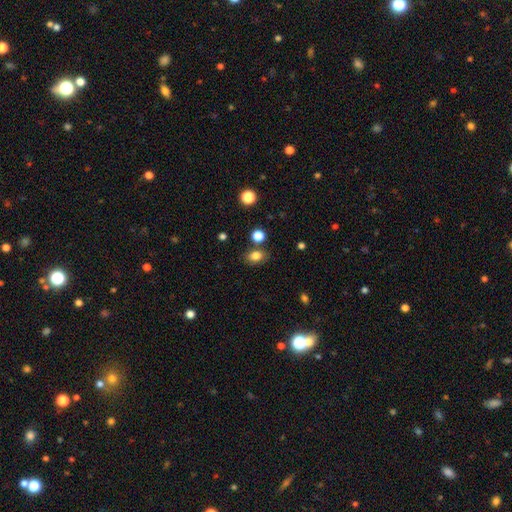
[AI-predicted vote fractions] A smooth galaxy with no disk features (81%) that is in between round and cigar-shaped (69%). Merging: none (76%).